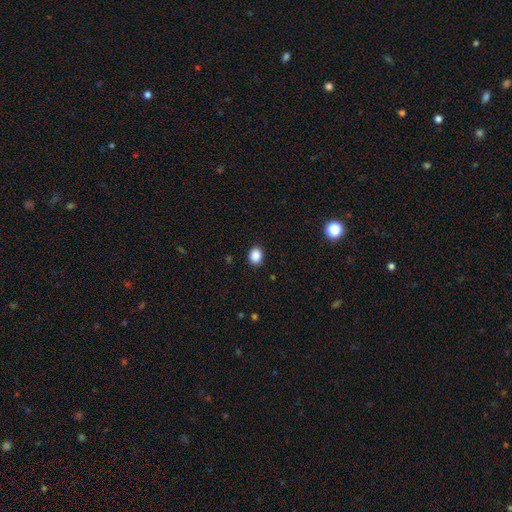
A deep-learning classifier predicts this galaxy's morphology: A smooth galaxy with no disk features (88%) that is round (51%). Merging: none (89%).